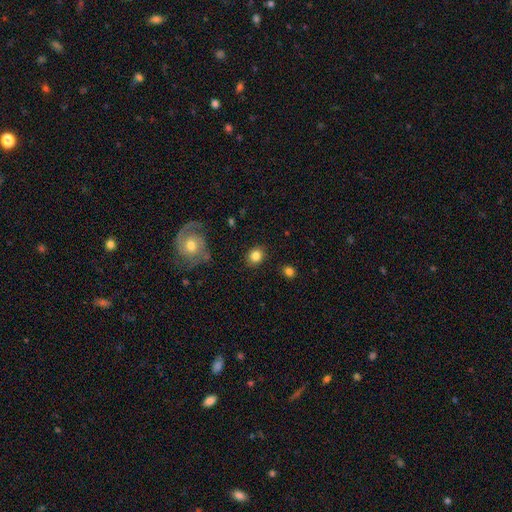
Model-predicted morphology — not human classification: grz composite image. It shows a smooth galaxy with no disk features (83%) that is round (65%). Merging: none (88%).